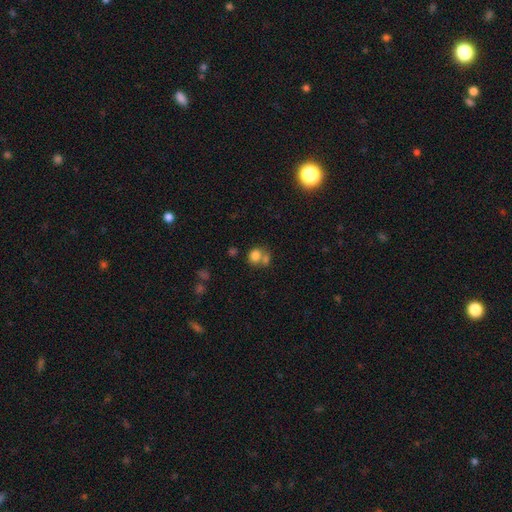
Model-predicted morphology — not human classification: Smooth or featured? Predicted: smooth (p=0.78). How rounded? Predicted: round (p=0.64). Merging? Predicted: merger (p=0.46).